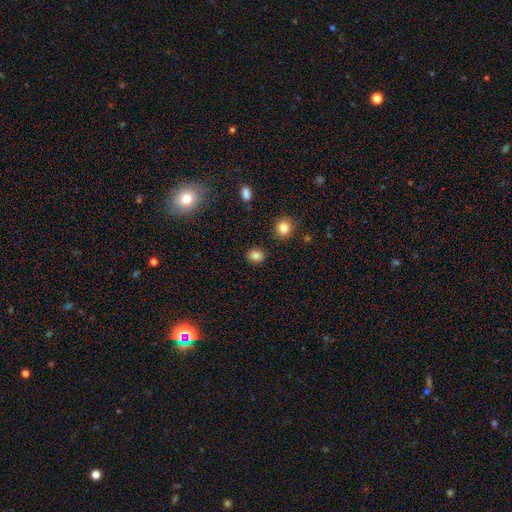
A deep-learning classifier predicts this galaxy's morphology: smooth_or_featured: smooth (p=0.84) [alt: star or artifact p=0.11]
how_rounded: round (p=0.59) [alt: in between p=0.39]
merging: none (p=0.88) [alt: minor disturbance p=0.08]